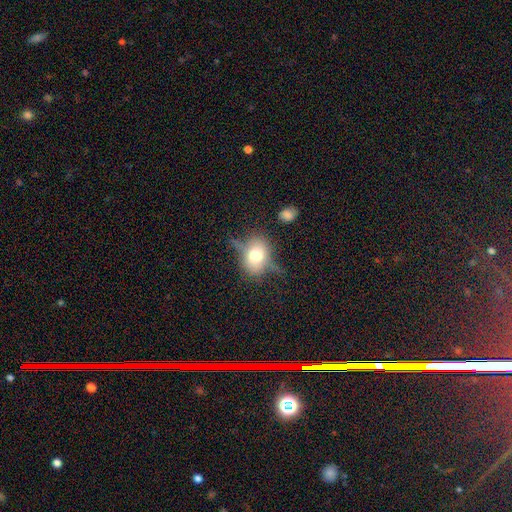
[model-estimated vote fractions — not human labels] A smooth galaxy with no disk features (54%) that is in between round and cigar-shaped (56%).

Vote fractions:
- Smooth or featured? smooth: 54% / featured or disk: 35% / star or artifact: 11%
- How rounded? in between: 56% / round: 41% / cigar-shaped: 3%
- Merging? none: 57% / minor disturbance: 25% / major disturbance: 14% / merger: 4%